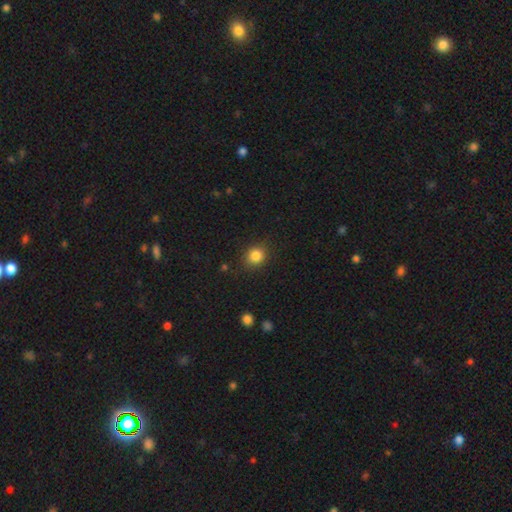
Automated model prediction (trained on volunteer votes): Smooth or featured: smooth — 85% (star or artifact — 11%)
How rounded: round — 76% (in between — 23%)
Merging: none — 86% (minor disturbance — 10%)